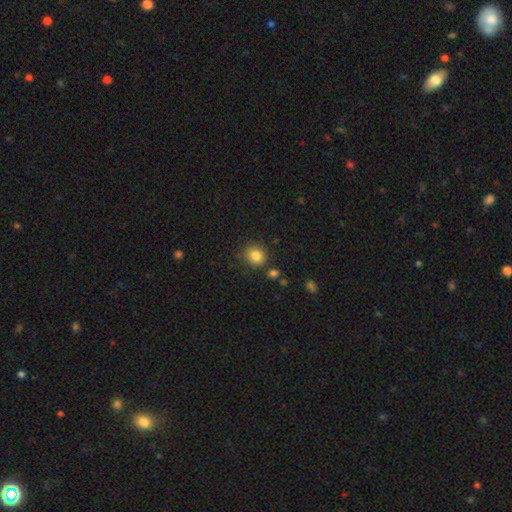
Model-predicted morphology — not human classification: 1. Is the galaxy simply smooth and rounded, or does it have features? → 84% smooth, 10% star or artifact, 6% featured or disk.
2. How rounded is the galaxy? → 85% round, 14% in between, 1% cigar-shaped.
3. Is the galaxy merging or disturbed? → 82% none, 11% minor disturbance, 4% merger, 3% major disturbance.